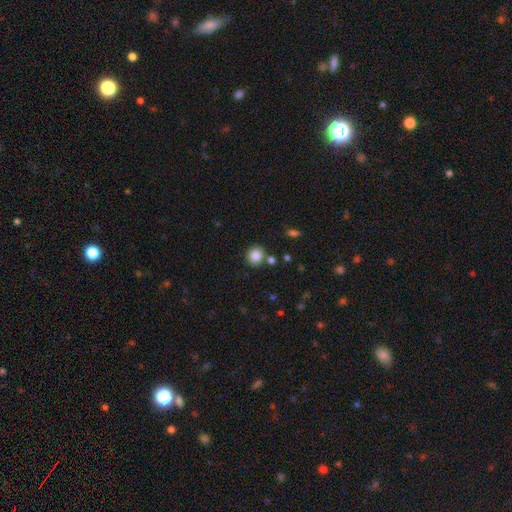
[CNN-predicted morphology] The model was most divided on "merging": none: 80%, merger: 9%, minor disturbance: 9%, major disturbance: 3%. More confident: how rounded — round (86%); smooth or featured — smooth (85%).